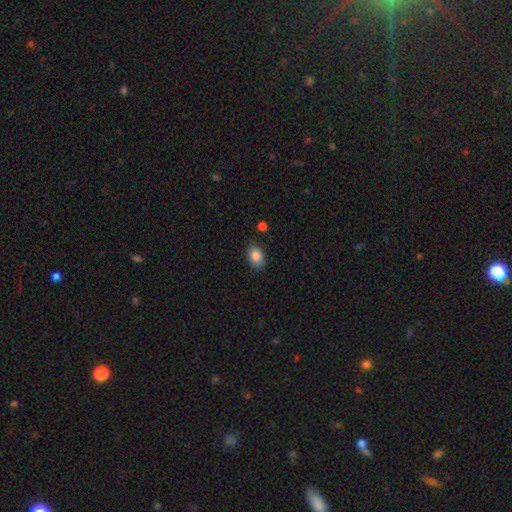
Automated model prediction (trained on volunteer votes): smooth-or-featured: smooth: 86% | star or artifact: 9% | featured or disk: 6%
  how-rounded: in between: 73% | round: 26% | cigar-shaped: 1%
  merging: none: 75% | minor disturbance: 19% | major disturbance: 3% | merger: 2%